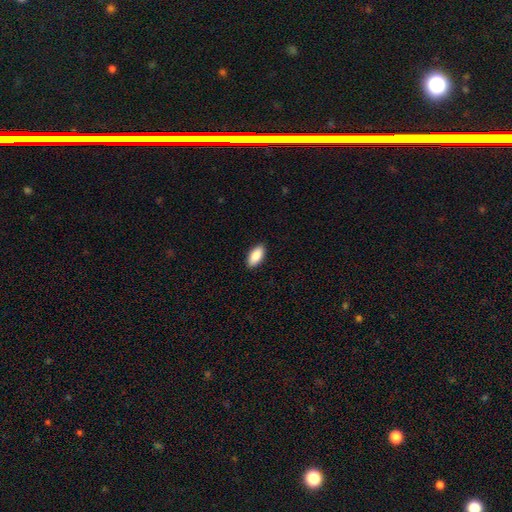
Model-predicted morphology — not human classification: smooth 89%, star or artifact 6%, featured or disk 5%. Down the decision tree: how rounded — in between (91%); merging — none (90%).